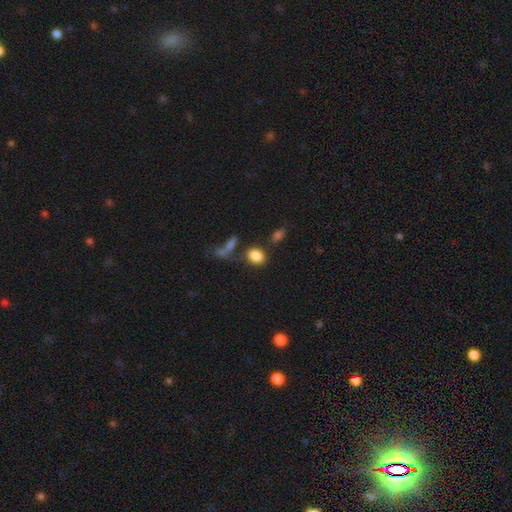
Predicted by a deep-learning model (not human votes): Q: Smooth or featured?
A: smooth (85%); runner-up: star or artifact (10%)
Q: How rounded?
A: in between (57%); runner-up: round (41%)
Q: Merging?
A: none (68%); runner-up: minor disturbance (13%)